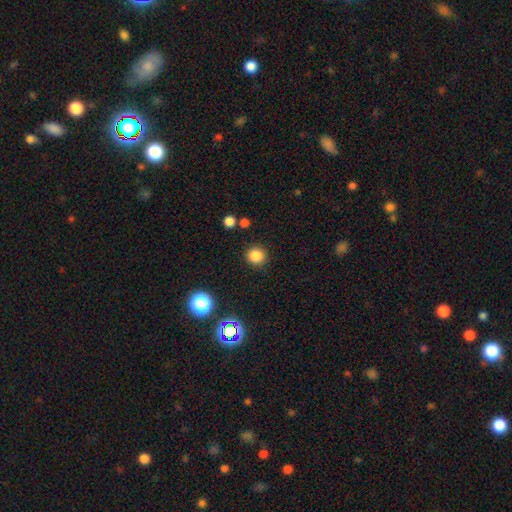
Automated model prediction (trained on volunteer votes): Q: Smooth or featured?
A: smooth (82%); runner-up: star or artifact (14%)
Q: How rounded?
A: round (92%); runner-up: in between (7%)
Q: Merging?
A: none (89%); runner-up: minor disturbance (6%)